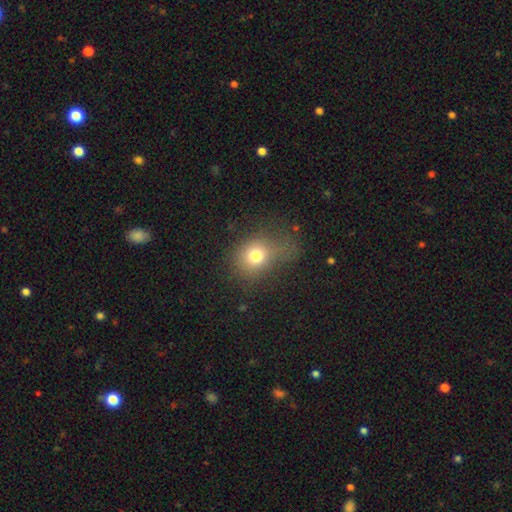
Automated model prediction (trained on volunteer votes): Smooth or featured: smooth — 74% (star or artifact — 15%)
How rounded: round — 63% (in between — 36%)
Merging: none — 50% (minor disturbance — 24%)